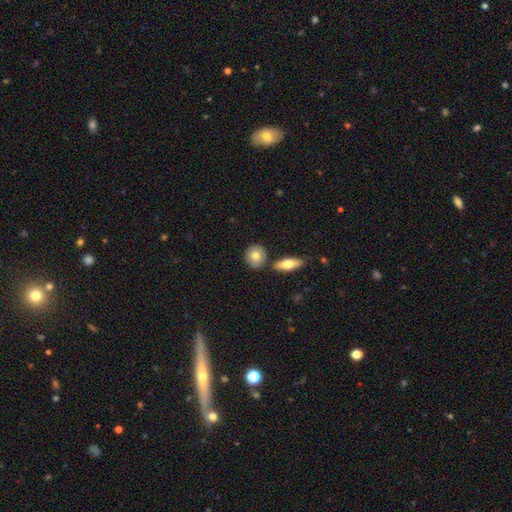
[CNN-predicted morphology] smooth_or_featured: smooth (p=0.76) [alt: featured or disk p=0.17]
how_rounded: round (p=0.70) [alt: in between p=0.27]
merging: none (p=0.77) [alt: merger p=0.11]